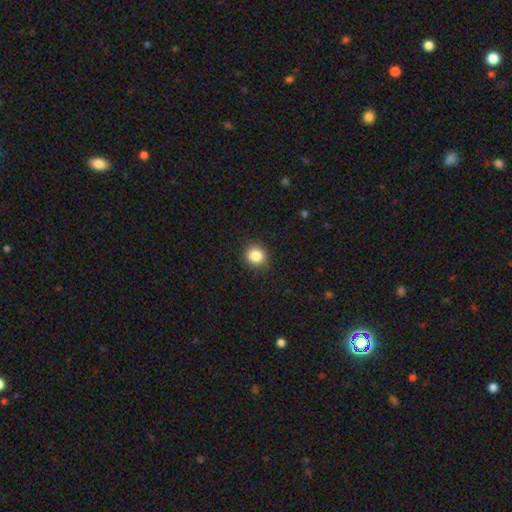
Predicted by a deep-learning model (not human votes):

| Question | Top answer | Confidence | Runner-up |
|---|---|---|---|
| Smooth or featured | smooth | 85% | star or artifact (10%) |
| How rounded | round | 87% | in between (12%) |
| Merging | none | 90% | minor disturbance (7%) |